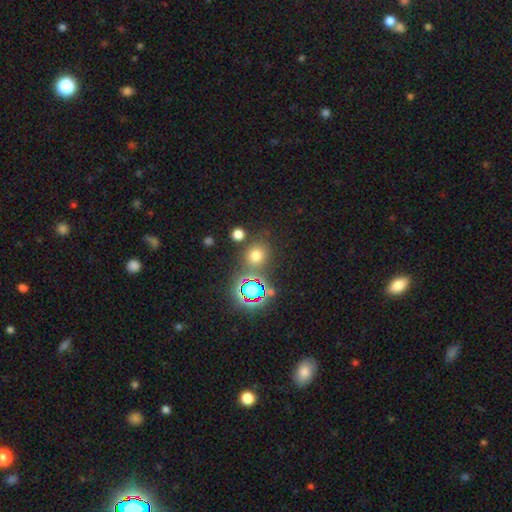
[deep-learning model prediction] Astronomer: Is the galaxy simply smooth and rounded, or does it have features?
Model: smooth — 63%.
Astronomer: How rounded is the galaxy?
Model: round — 75%.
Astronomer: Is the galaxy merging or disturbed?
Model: none — 77%.